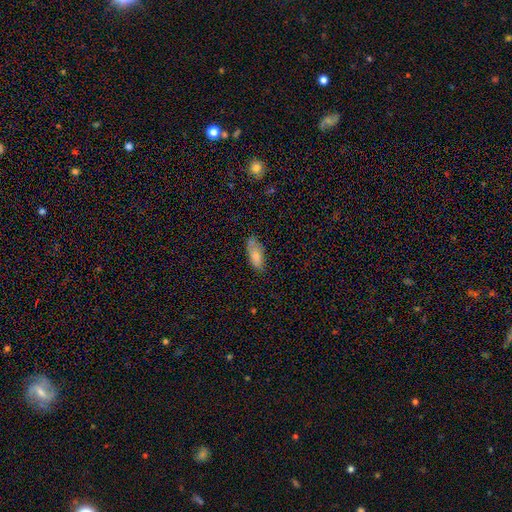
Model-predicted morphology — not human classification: The model was most divided on "merging": none: 68%, minor disturbance: 24%, major disturbance: 5%, merger: 3%. More confident: smooth or featured — smooth (82%); how rounded — in between (77%).